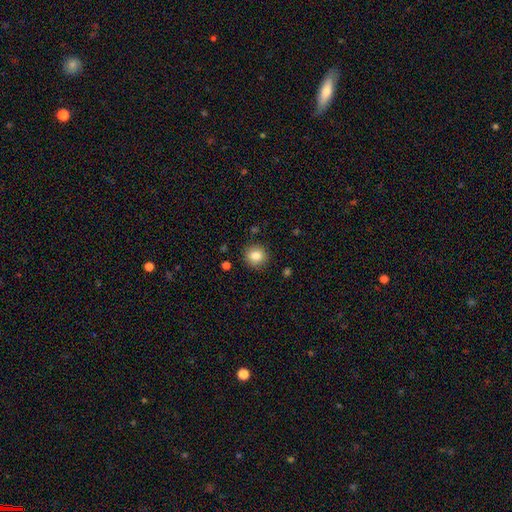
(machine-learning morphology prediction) This appears to be a smooth galaxy with no disk features (84%) that is round (90%). Merging: none (89%).